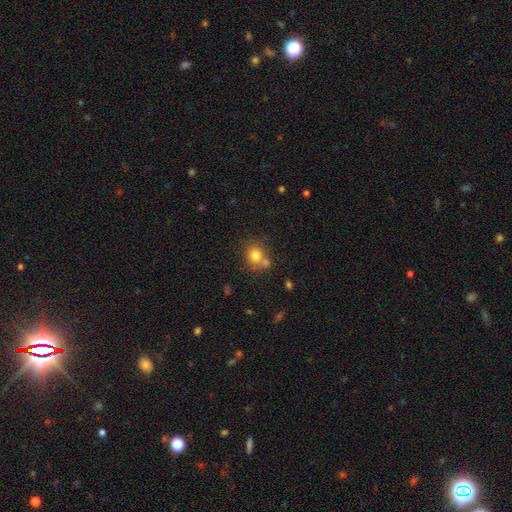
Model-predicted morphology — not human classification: Overall: smooth (77%). How rounded: round (67%; in between 32%). Merging: none (51%; merger 32%).